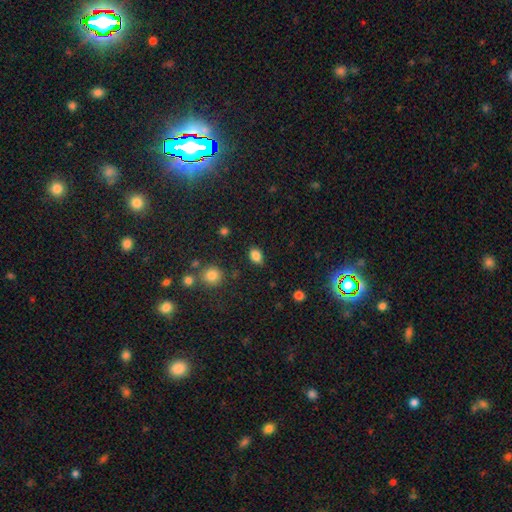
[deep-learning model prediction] smooth_or_featured: smooth (p=0.84) [alt: star or artifact p=0.10]
how_rounded: in between (p=0.81) [alt: round p=0.17]
merging: none (p=0.83) [alt: minor disturbance p=0.12]